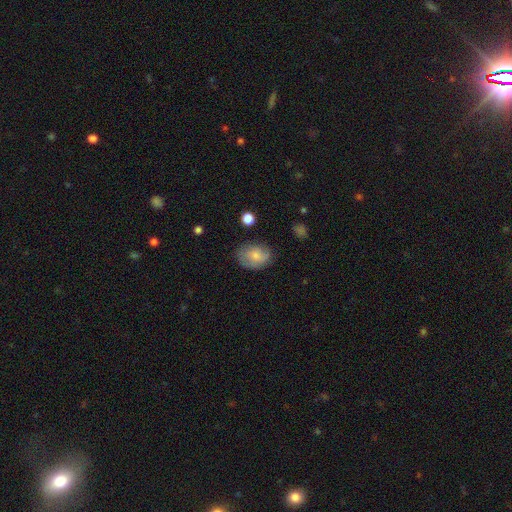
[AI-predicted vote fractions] Smooth or featured: smooth — 72% (featured or disk — 20%)
How rounded: in between — 72% (round — 27%)
Merging: none — 66% (minor disturbance — 25%)